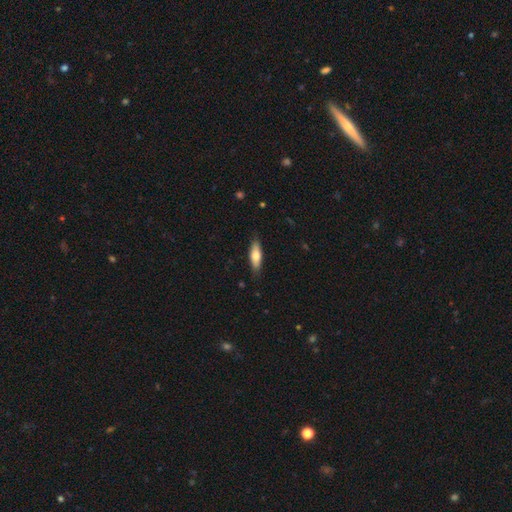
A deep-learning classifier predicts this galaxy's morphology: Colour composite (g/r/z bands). It shows a smooth galaxy with no disk features (69%) that is in between round and cigar-shaped (53%). Merging: none (84%).